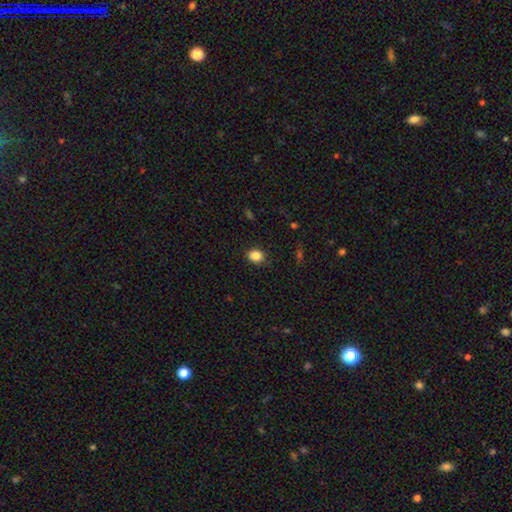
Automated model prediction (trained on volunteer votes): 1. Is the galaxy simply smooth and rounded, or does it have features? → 85% smooth, 10% star or artifact, 4% featured or disk.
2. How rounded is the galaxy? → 64% round, 35% in between, 1% cigar-shaped.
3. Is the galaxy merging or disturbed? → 87% none, 9% minor disturbance, 2% major disturbance, 1% merger.